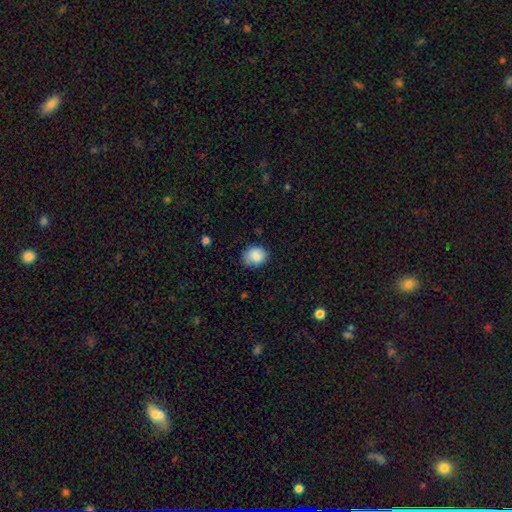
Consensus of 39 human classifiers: This appears to be a smooth galaxy with no disk features (82%) that is round (66%). Merging: none (77%).